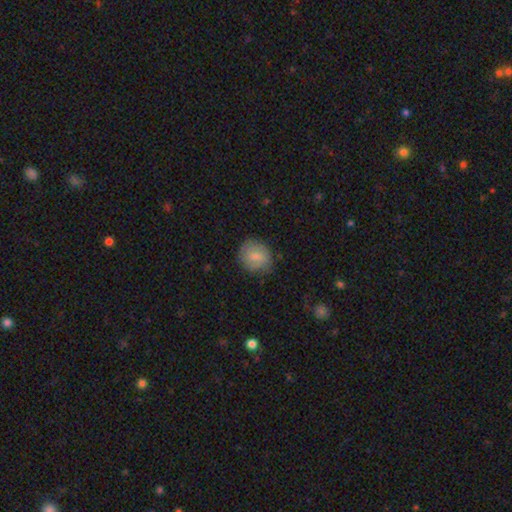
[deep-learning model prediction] Smooth or featured? Predicted: smooth (p=0.70). How rounded? Predicted: round (p=0.75). Merging? Predicted: none (p=0.75).